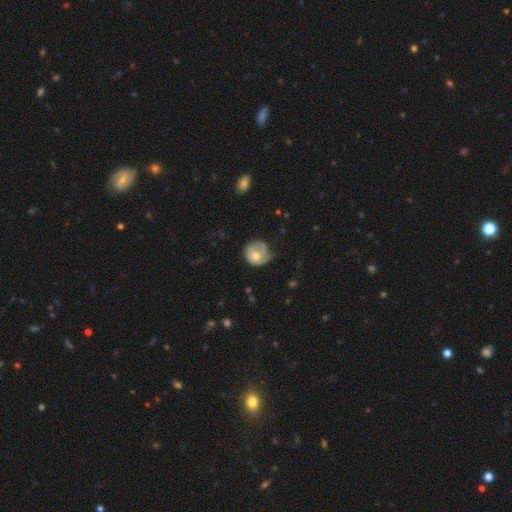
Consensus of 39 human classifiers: Volunteers were most divided on "merging": minor disturbance: 38%, none: 32%, major disturbance: 27%, merger: 3%. More confident: how rounded — round (85%); smooth or featured — smooth (51%).